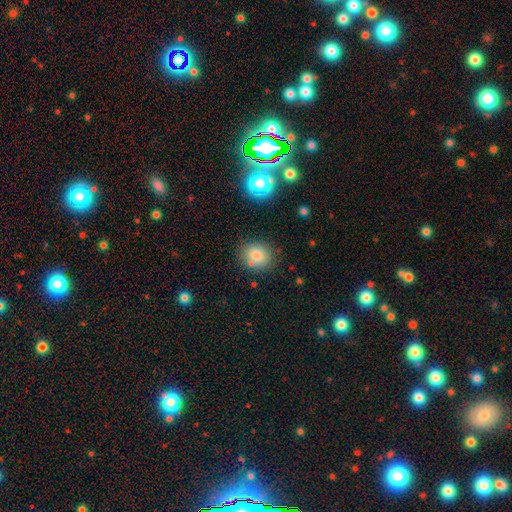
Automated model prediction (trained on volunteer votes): Smooth or featured? smooth (80%)
How rounded? round (70%)
Merging? none (77%)